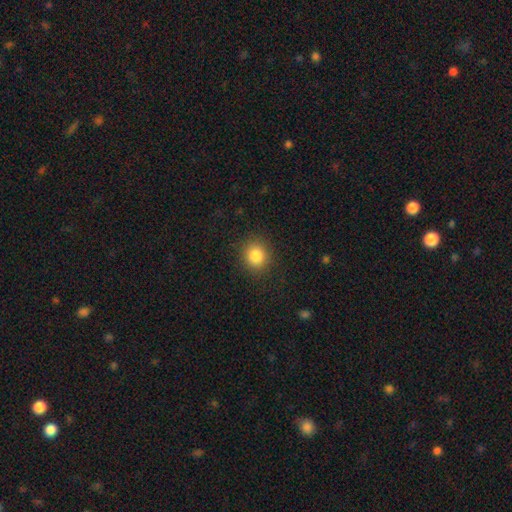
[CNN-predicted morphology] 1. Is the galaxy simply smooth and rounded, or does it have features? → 84% smooth, 11% star or artifact, 5% featured or disk.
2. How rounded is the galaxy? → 83% round, 16% in between, 1% cigar-shaped.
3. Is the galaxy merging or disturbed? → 89% none, 7% minor disturbance, 3% major disturbance, 1% merger.